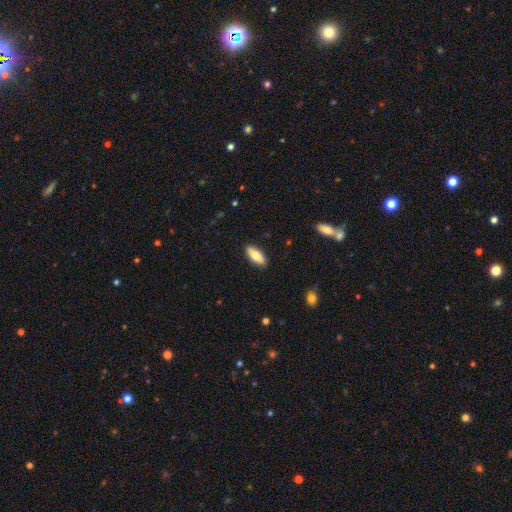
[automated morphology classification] smooth 79%, featured or disk 15%, star or artifact 6%. Down the decision tree: how rounded — in between (79%); merging — none (89%).